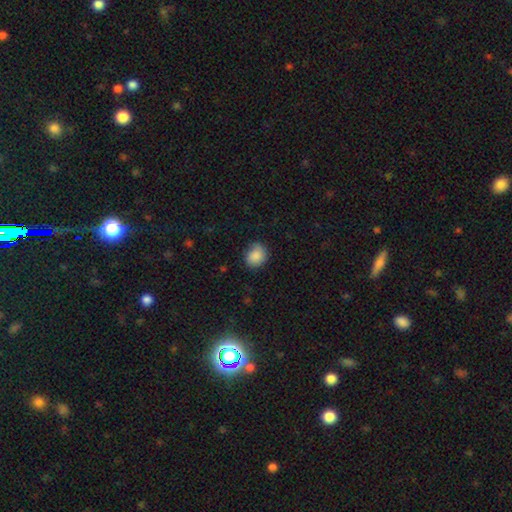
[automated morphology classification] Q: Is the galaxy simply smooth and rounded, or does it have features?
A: smooth — 86%.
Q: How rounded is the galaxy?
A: round — 53%.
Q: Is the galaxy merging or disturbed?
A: none — 72%.